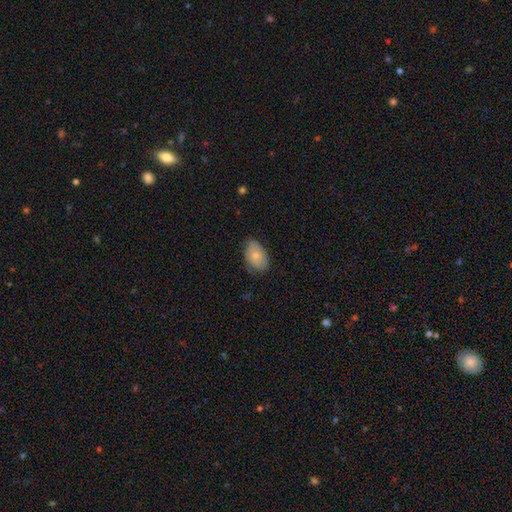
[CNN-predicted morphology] Smooth or featured: smooth — 74% (featured or disk — 19%)
How rounded: in between — 88% (round — 11%)
Merging: none — 72% (minor disturbance — 23%)